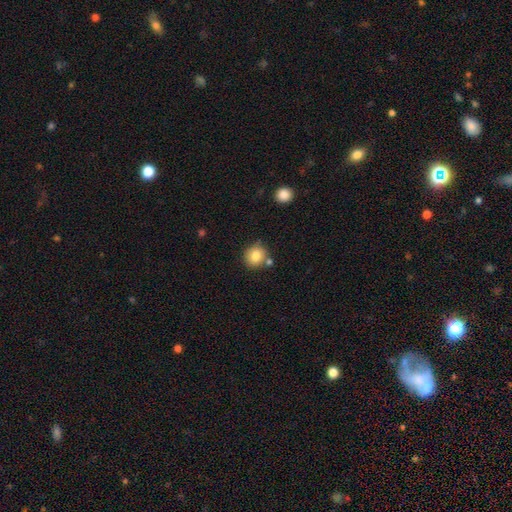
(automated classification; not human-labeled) Q: Smooth or featured?
A: smooth (82%); runner-up: star or artifact (10%)
Q: How rounded?
A: round (86%); runner-up: in between (13%)
Q: Merging?
A: none (74%); runner-up: minor disturbance (12%)